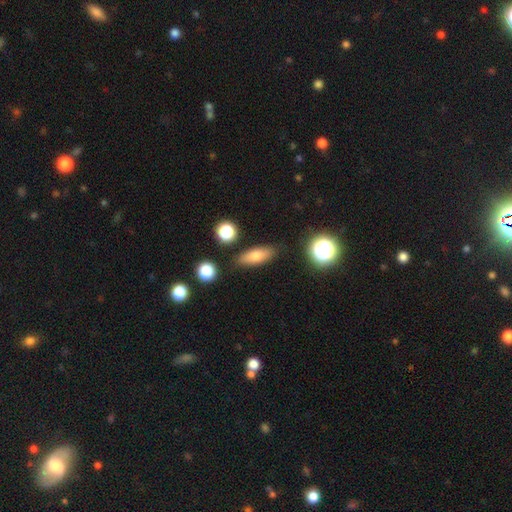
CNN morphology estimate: This is likely a smooth galaxy (71%). How rounded: likely in between (62%). Merging: clearly none (84%).